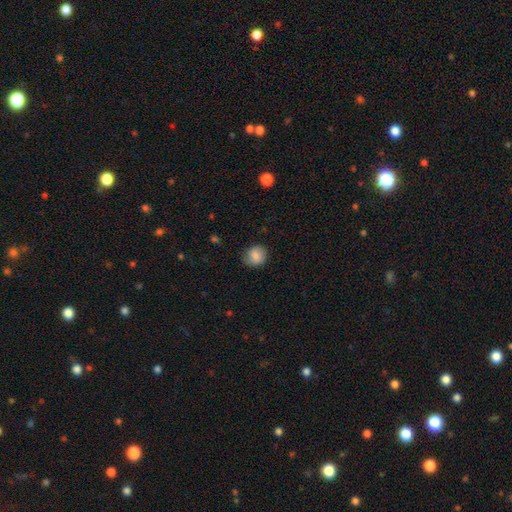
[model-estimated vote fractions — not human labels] smooth 83%, featured or disk 9%, star or artifact 8%. Down the decision tree: how rounded — round (74%); merging — none (78%).